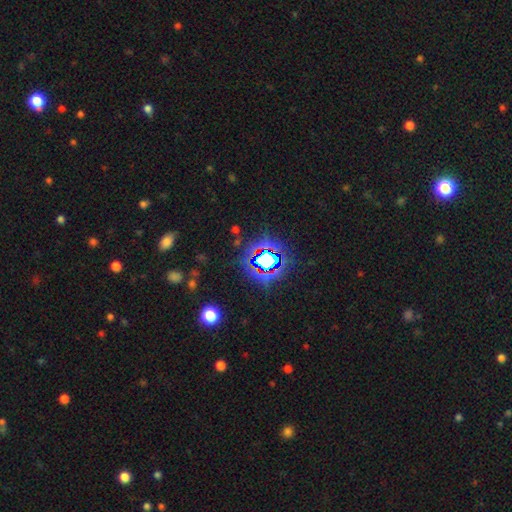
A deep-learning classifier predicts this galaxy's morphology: Overall: star or artifact (81%).